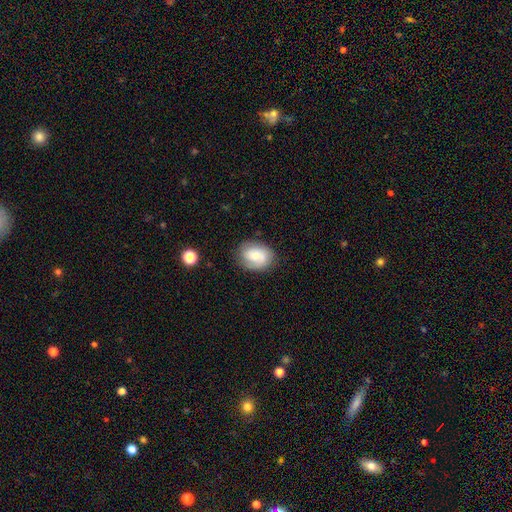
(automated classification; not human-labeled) smooth 55%, featured or disk 37%, star or artifact 8%. Down the decision tree: how rounded — in between (62%); merging — none (76%).